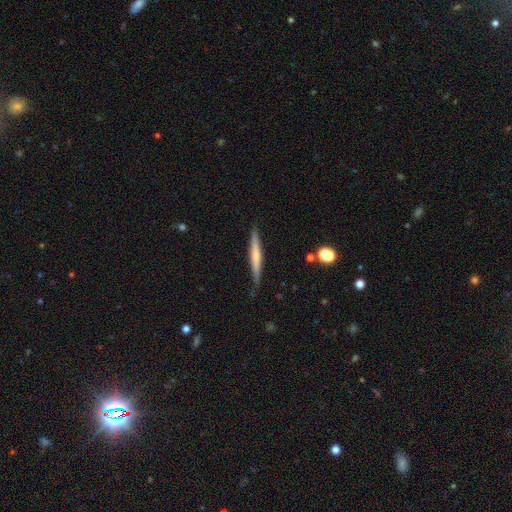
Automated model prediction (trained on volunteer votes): This is possibly a smooth galaxy (50%). How rounded: clearly cigar-shaped (95%). Merging: clearly none (83%).